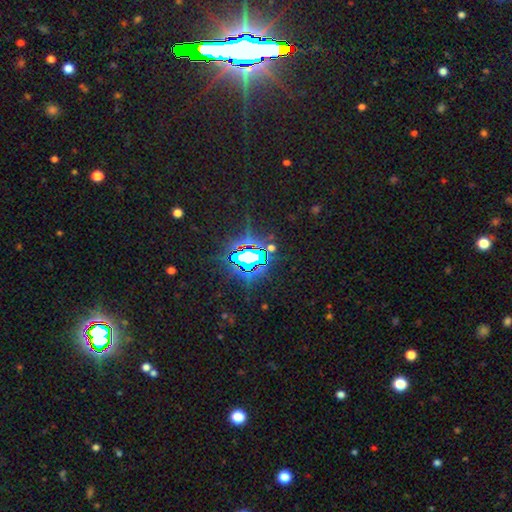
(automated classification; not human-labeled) star or artifact 81%, smooth 10%, featured or disk 9%.